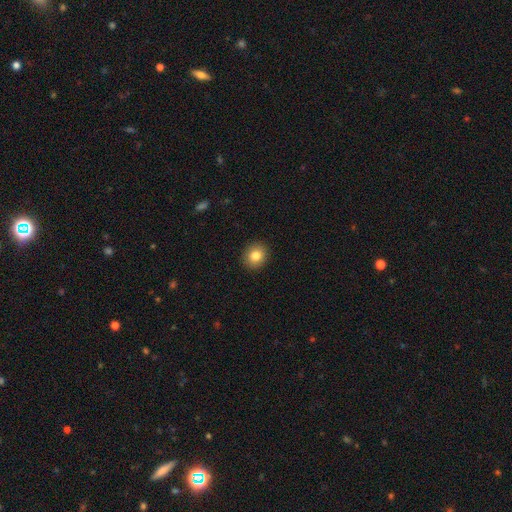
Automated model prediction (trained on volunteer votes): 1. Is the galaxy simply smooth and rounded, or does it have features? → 83% smooth, 9% star or artifact, 8% featured or disk.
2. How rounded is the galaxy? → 77% round, 22% in between, 1% cigar-shaped.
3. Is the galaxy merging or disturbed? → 92% none, 6% minor disturbance, 2% major disturbance, 1% merger.